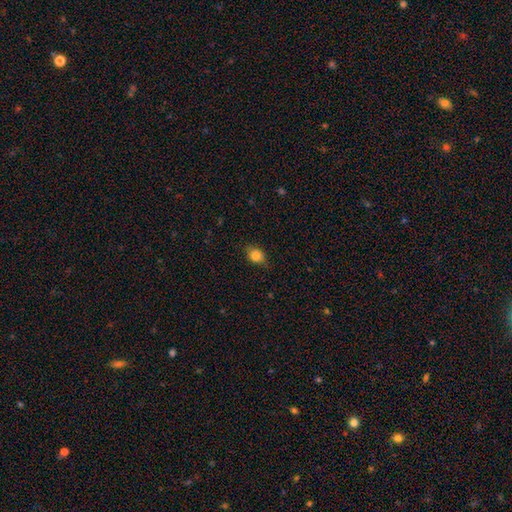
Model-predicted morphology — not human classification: type=smooth (83%); roundness=in between (59%); merging=none (78%).